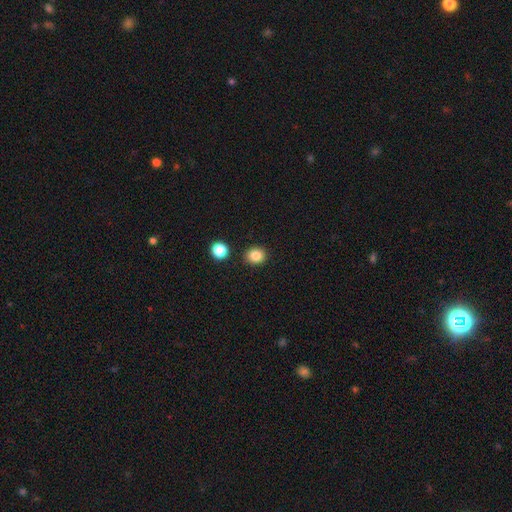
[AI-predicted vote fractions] Smooth or featured: smooth — 84% (star or artifact — 11%)
How rounded: round — 72% (in between — 27%)
Merging: none — 88% (minor disturbance — 7%)